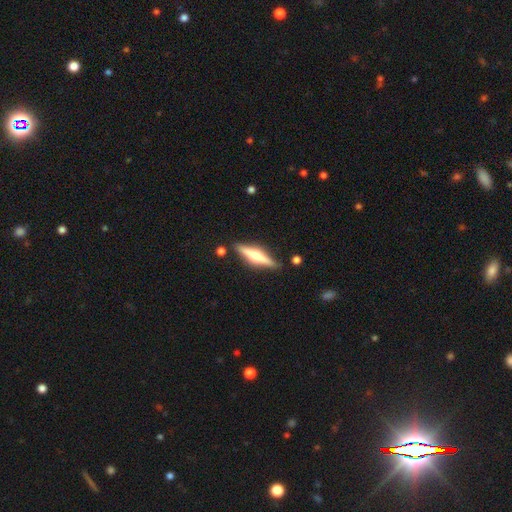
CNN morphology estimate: The model was most divided on "smooth or featured": featured or disk: 65%, smooth: 29%, star or artifact: 5%. More confident: edge-on disk — yes (97%); edge-on bulge — rounded (89%); merging — none (87%).